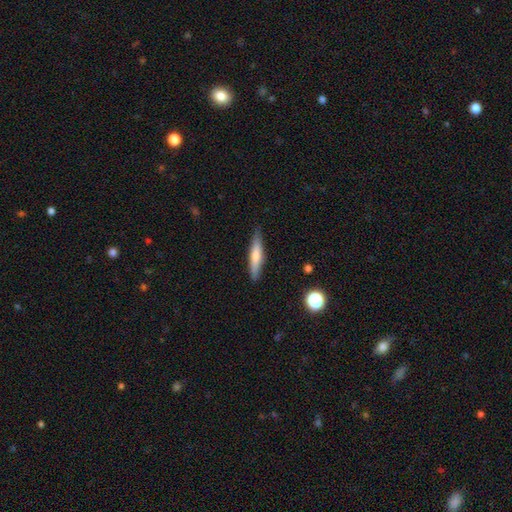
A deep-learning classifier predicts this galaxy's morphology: A smooth galaxy with no disk features (57%) that is cigar-shaped (87%).

Vote fractions:
- Smooth or featured? smooth: 57% / featured or disk: 36% / star or artifact: 7%
- How rounded? cigar-shaped: 87% / in between: 12% / round: 2%
- Merging? none: 87% / minor disturbance: 10% / major disturbance: 2% / merger: 1%